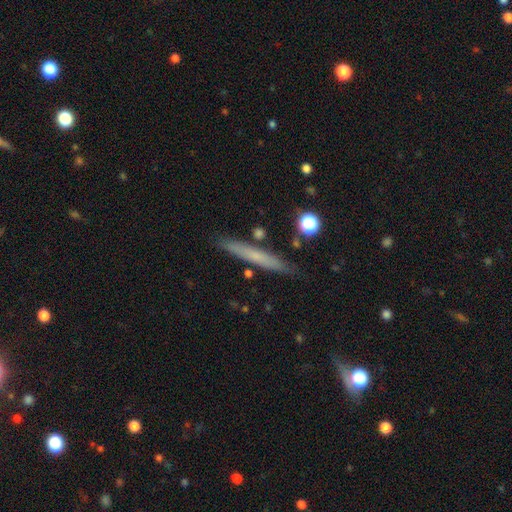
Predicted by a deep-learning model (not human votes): Smooth or featured?
  - smooth: 56% *
  - featured or disk: 37%
  - star or artifact: 8%
How rounded?
  - cigar-shaped: 95% *
  - in between: 3%
  - round: 2%
Merging?
  - none: 86% *
  - minor disturbance: 9%
  - merger: 3%
  - major disturbance: 2%